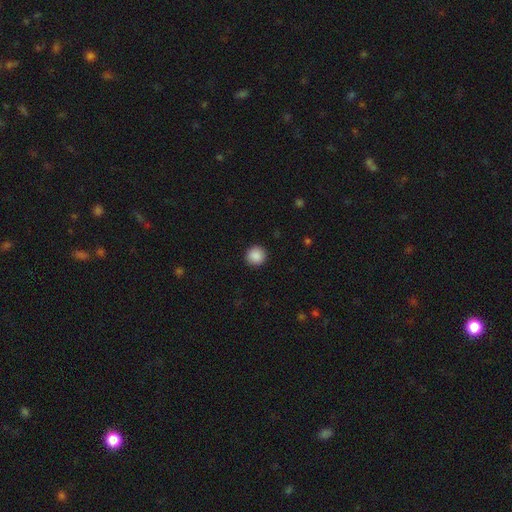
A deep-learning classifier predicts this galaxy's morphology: Smooth or featured?
  - smooth: 89% *
  - star or artifact: 9%
  - featured or disk: 3%
How rounded?
  - round: 94% *
  - in between: 5%
  - cigar-shaped: 1%
Merging?
  - none: 92% *
  - minor disturbance: 5%
  - major disturbance: 2%
  - merger: 1%